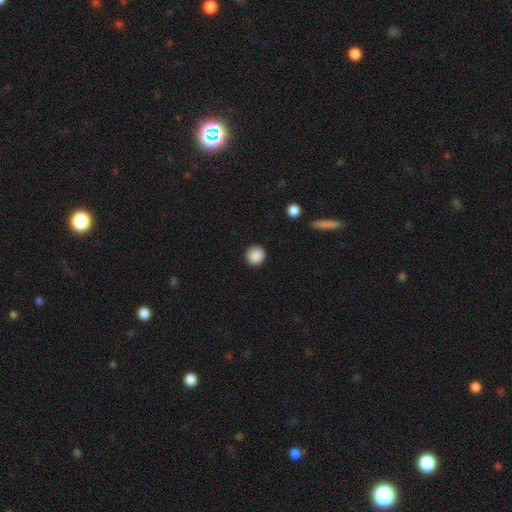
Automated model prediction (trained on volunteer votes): A smooth galaxy with no disk features (89%) that is round (94%).

Vote fractions:
- Smooth or featured? smooth: 89% / star or artifact: 8% / featured or disk: 3%
- How rounded? round: 94% / in between: 6% / cigar-shaped: 1%
- Merging? none: 91% / minor disturbance: 6% / major disturbance: 2% / merger: 1%